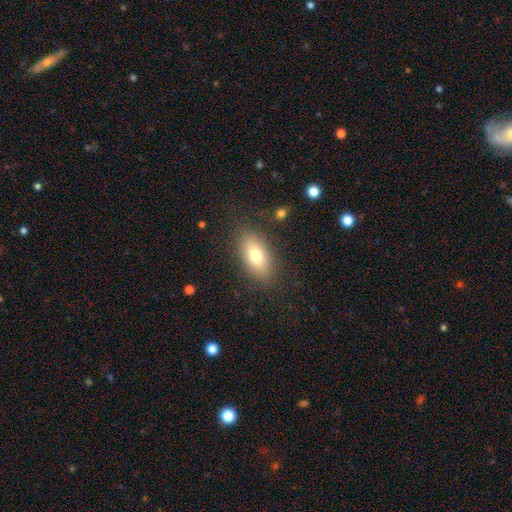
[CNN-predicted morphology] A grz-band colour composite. It shows a smooth galaxy with no disk features (74%) that is in between round and cigar-shaped (87%). Merging: none (84%).